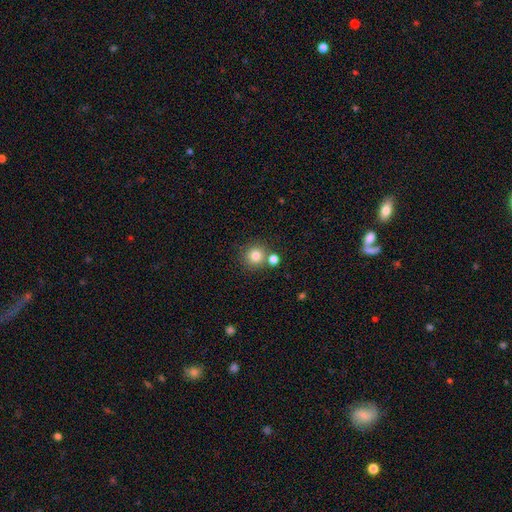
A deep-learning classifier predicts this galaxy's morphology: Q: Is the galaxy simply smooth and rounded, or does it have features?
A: smooth — 80%.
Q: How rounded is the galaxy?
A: round — 92%.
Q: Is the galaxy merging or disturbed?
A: none — 72%.